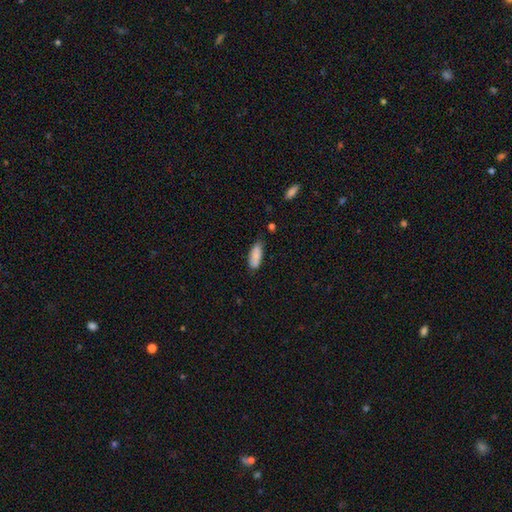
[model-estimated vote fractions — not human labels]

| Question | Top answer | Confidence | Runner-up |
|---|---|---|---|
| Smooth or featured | smooth | 85% | featured or disk (9%) |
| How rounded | in between | 78% | cigar-shaped (20%) |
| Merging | none | 72% | minor disturbance (22%) |